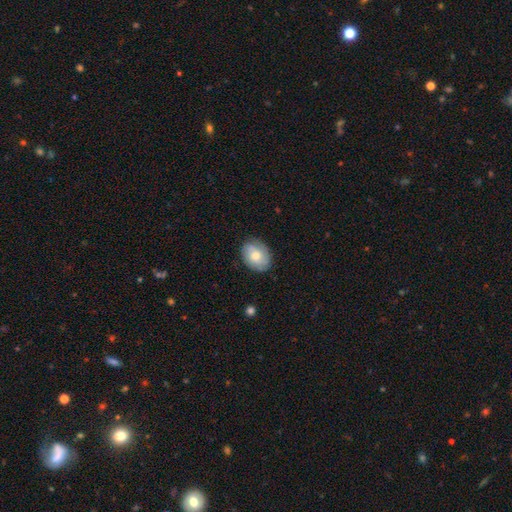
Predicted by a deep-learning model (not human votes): Q: Smooth or featured?
A: smooth (63%); runner-up: featured or disk (30%)
Q: How rounded?
A: in between (60%); runner-up: round (39%)
Q: Merging?
A: none (79%); runner-up: minor disturbance (17%)